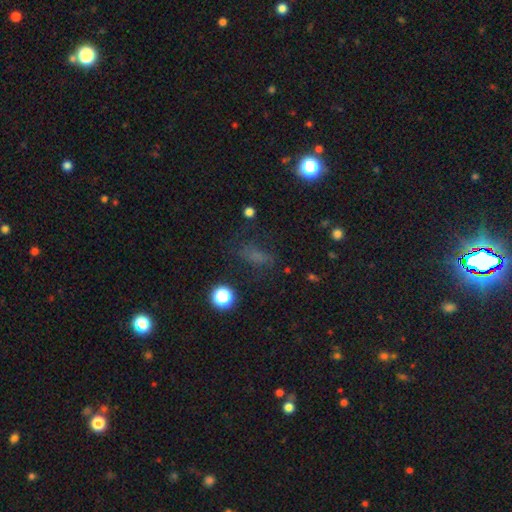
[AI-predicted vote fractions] Overall: smooth (52%; star or artifact 34%). How rounded: in between (63%). Merging: none (64%).